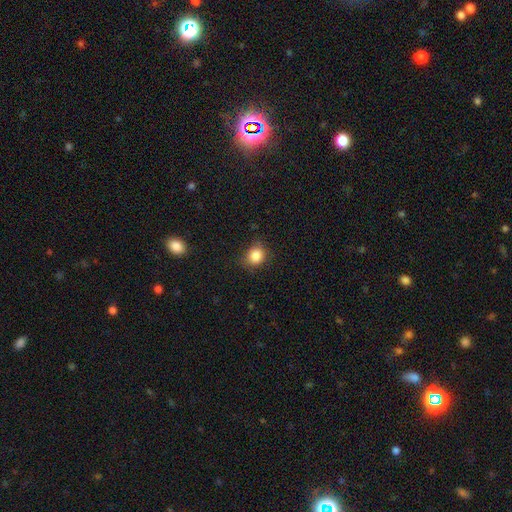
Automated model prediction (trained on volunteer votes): smooth_or_featured: smooth (p=0.85) [alt: star or artifact p=0.11]
how_rounded: round (p=0.76) [alt: in between p=0.23]
merging: none (p=0.78) [alt: minor disturbance p=0.17]